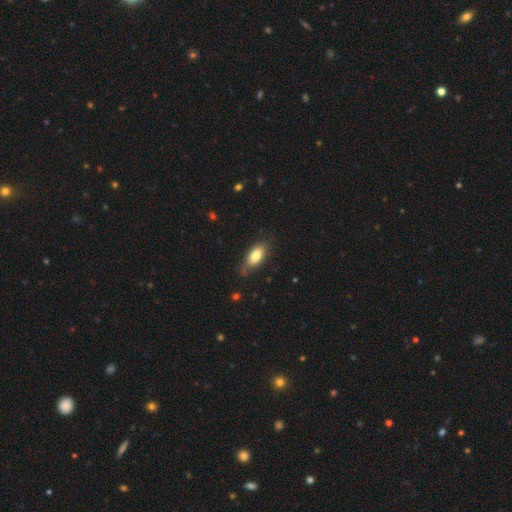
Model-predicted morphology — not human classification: Overall: smooth (79%). How rounded: in between (88%). Merging: none (76%).